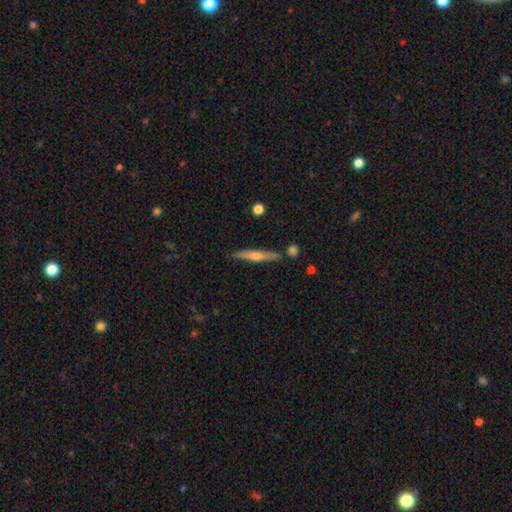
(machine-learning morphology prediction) smooth-or-featured: featured or disk: 64% | smooth: 29% | star or artifact: 7%
  disk-edge-on: yes: 96% | no: 4%
    edge-on-bulge: rounded: 83% | none: 13% | boxy: 4%
  merging: none: 86% | minor disturbance: 9% | merger: 4% | major disturbance: 2%